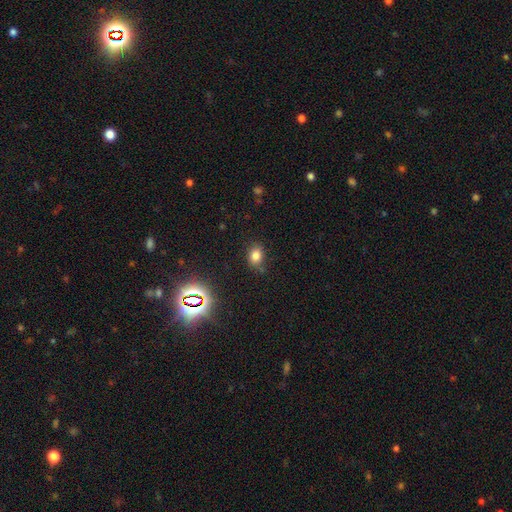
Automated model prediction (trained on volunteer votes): Smooth or featured? smooth (75%)
How rounded? in between (58%)
Merging? none (78%)